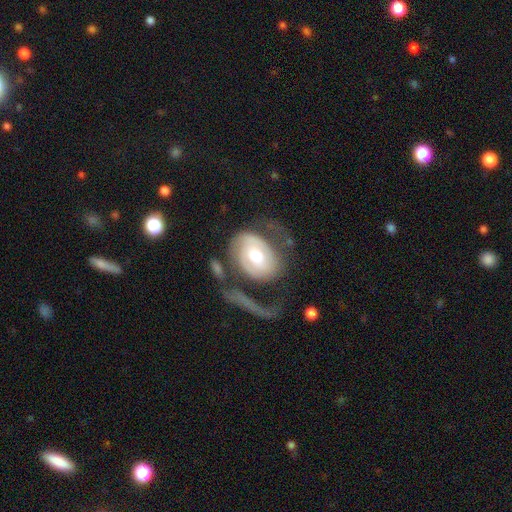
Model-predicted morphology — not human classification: type=featured or disk (70%); edge-on=no (95%); bar=no (53%); spiral arms=yes (80%); winding=loose (35%, tied with medium); arm count=2 (58%); bulge=moderate (64%); merging=major disturbance (41%).